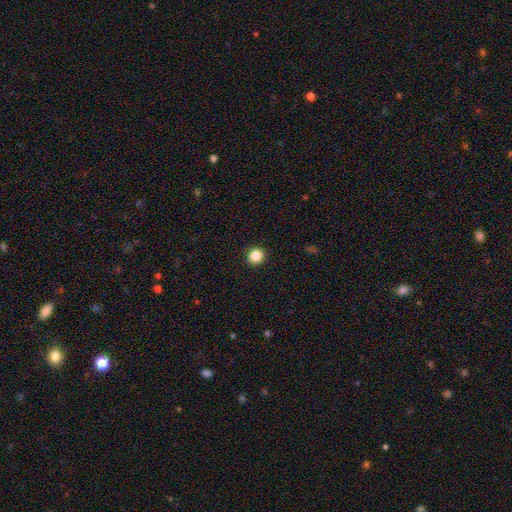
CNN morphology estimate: smooth 86%, star or artifact 10%, featured or disk 3%. Down the decision tree: how rounded — round (92%); merging — none (93%).